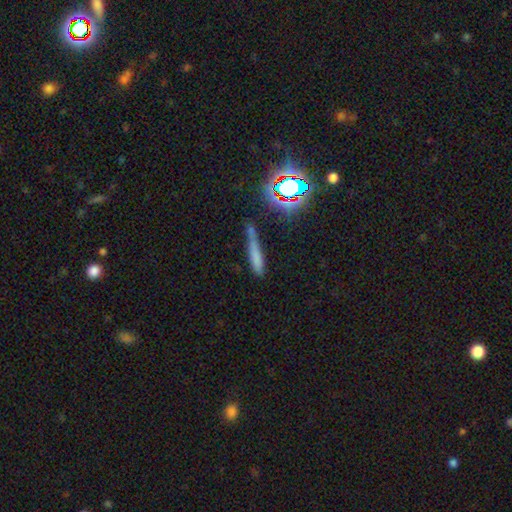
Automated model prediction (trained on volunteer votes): A smooth galaxy with no disk features (63%) that is cigar-shaped (85%). Merging: none (54%).